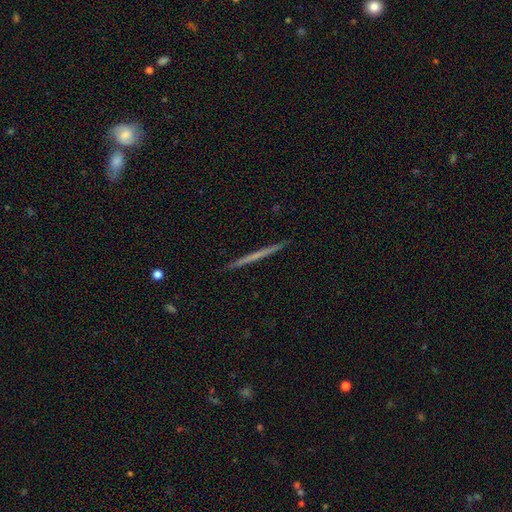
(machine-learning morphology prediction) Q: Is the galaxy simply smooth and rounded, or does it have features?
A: featured or disk — 54%.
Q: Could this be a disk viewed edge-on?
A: yes — 98%.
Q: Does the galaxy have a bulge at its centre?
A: none — 92%.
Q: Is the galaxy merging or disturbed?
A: none — 93%.